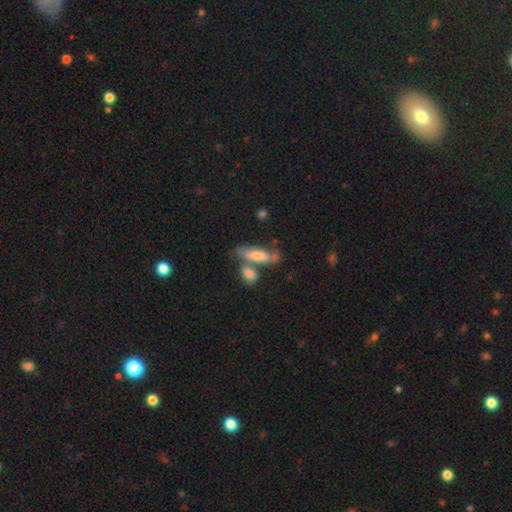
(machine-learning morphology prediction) Smooth or featured? smooth (64%)
How rounded? in between (51%)
Merging? none (49%)